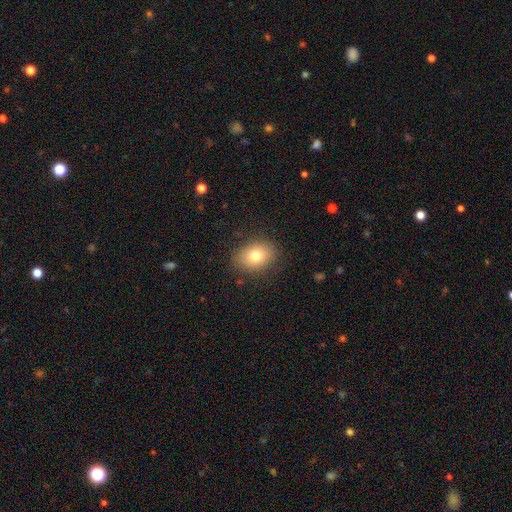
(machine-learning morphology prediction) This appears to be a smooth galaxy with no disk features (78%) that is in between round and cigar-shaped (72%). Merging: none (85%).